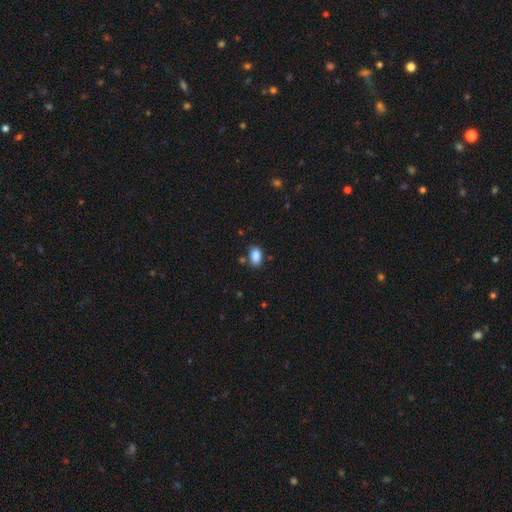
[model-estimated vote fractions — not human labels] Smooth or featured?
  - smooth: 87% *
  - star or artifact: 8%
  - featured or disk: 4%
How rounded?
  - in between: 86% *
  - round: 13%
  - cigar-shaped: 1%
Merging?
  - none: 78% *
  - minor disturbance: 14%
  - merger: 5%
  - major disturbance: 3%